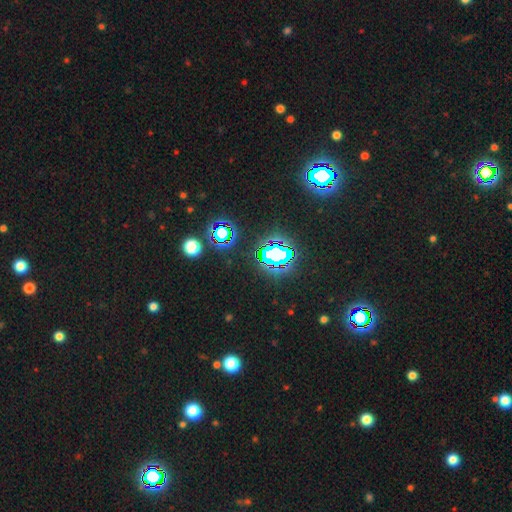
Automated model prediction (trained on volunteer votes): A star or artifact, not a galaxy (77%).